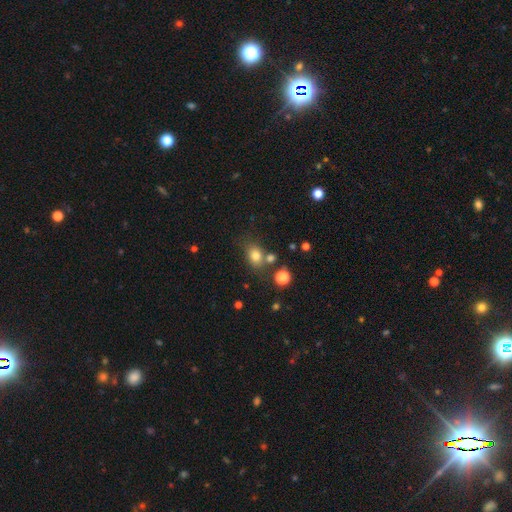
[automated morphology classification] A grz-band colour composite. It shows a smooth galaxy with no disk features (78%) that is in between round and cigar-shaped (56%). Merging: none (64%).